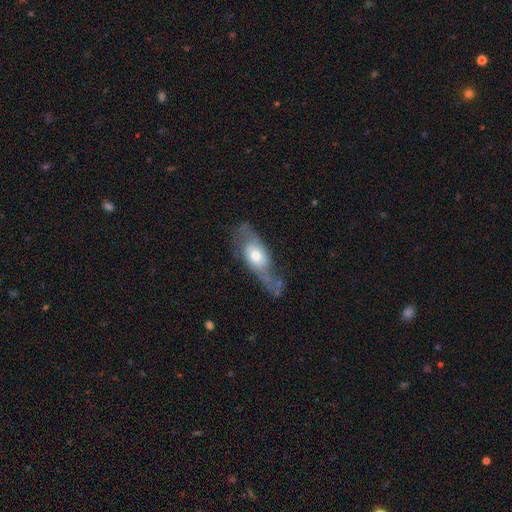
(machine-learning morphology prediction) A featured or disk galaxy (59%).

Vote fractions:
- Smooth or featured? featured or disk: 59% / smooth: 34% / star or artifact: 6%
- Edge-on disk? no: 81% / yes: 19%
- Merging? none: 44% / minor disturbance: 26% / major disturbance: 25% / merger: 5%